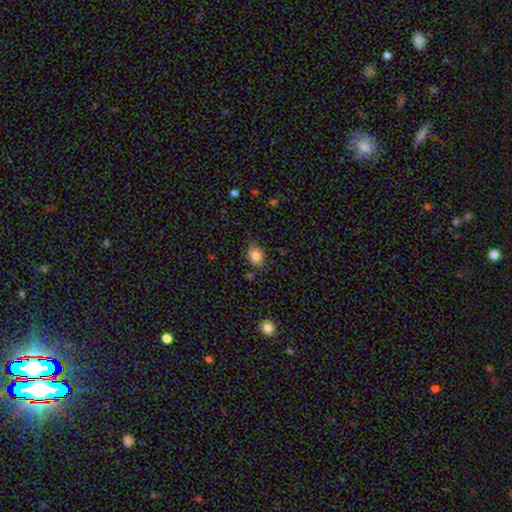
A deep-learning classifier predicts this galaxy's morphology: smooth-or-featured: smooth: 80% | star or artifact: 10% | featured or disk: 10%
  how-rounded: in between: 70% | round: 27% | cigar-shaped: 2%
  merging: none: 70% | minor disturbance: 23% | major disturbance: 5% | merger: 2%